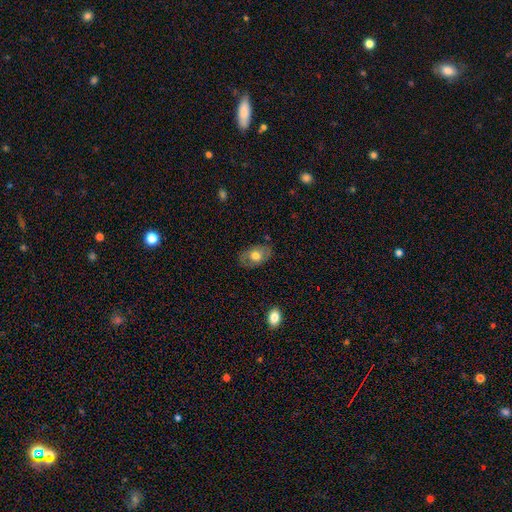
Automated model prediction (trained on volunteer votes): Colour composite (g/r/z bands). It shows a smooth galaxy with no disk features (61%) that is in between round and cigar-shaped (84%). Merging: none (79%).